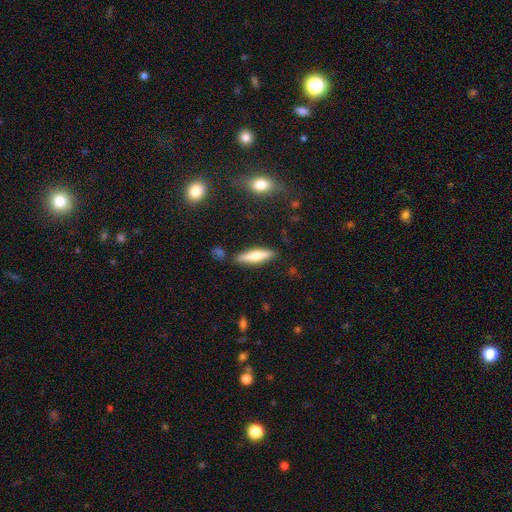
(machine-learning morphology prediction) smooth_or_featured: smooth (p=0.49) [alt: featured or disk p=0.44]
merging: none (p=0.86) [alt: minor disturbance p=0.09]